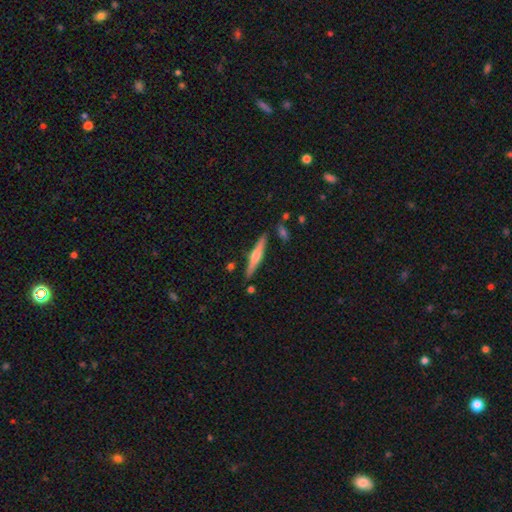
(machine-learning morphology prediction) Q: Smooth or featured?
A: featured or disk (62%); runner-up: smooth (32%)
Q: Edge-on disk?
A: yes (97%); runner-up: no (3%)
Q: Edge-on bulge?
A: rounded (84%); runner-up: boxy (9%)
Q: Merging?
A: none (87%); runner-up: minor disturbance (8%)